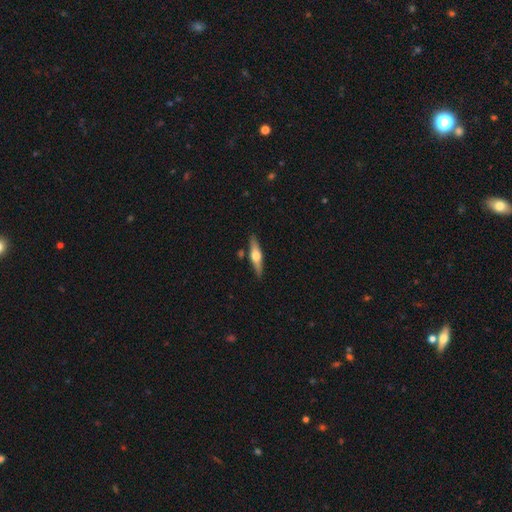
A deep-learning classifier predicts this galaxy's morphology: A featured or disk galaxy (59%) viewed edge-on (95%) with a rounded central bulge (94%). Merging: none (86%).